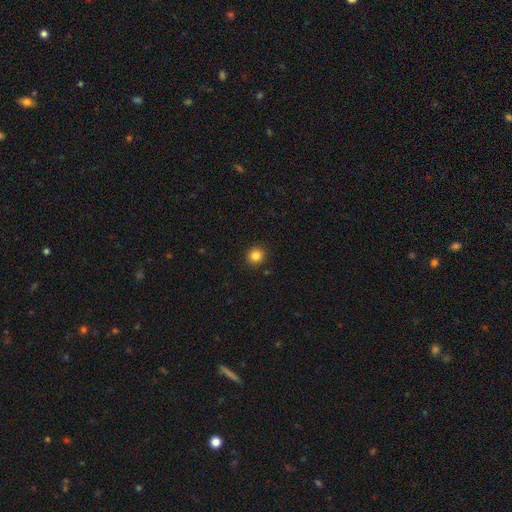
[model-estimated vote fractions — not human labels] Overall: smooth (84%). How rounded: round (92%). Merging: none (92%).